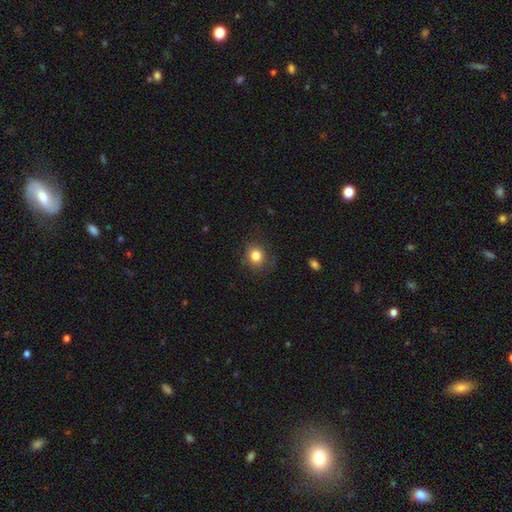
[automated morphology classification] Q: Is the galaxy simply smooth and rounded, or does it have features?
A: smooth — 82%.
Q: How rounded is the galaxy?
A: round — 80%.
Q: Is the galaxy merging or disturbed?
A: none — 80%.